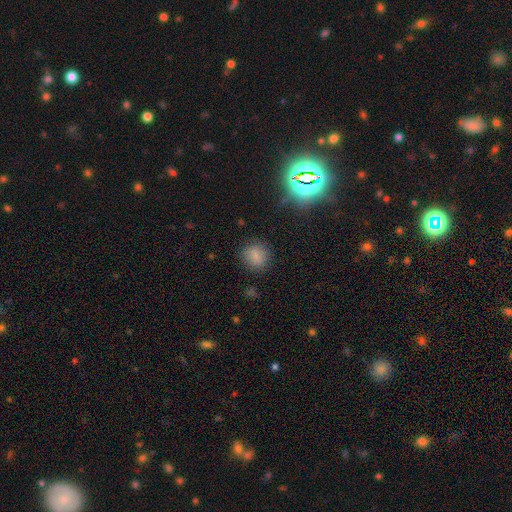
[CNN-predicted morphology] Smooth or featured: smooth — 80% (star or artifact — 14%)
How rounded: round — 83% (in between — 16%)
Merging: none — 83% (minor disturbance — 11%)